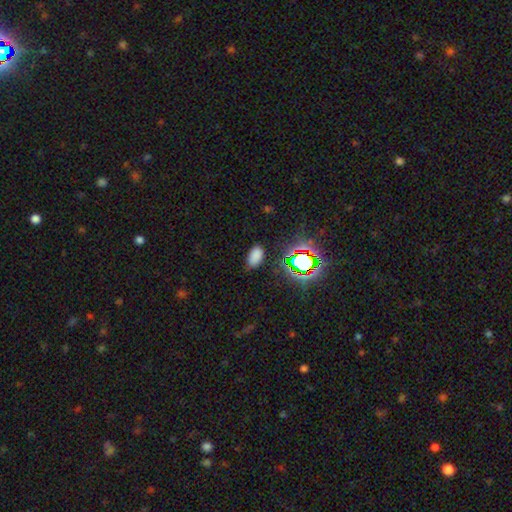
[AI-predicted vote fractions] smooth_or_featured: smooth (p=0.73) [alt: star or artifact p=0.22]
how_rounded: in between (p=0.93) [alt: round p=0.05]
merging: none (p=0.81) [alt: minor disturbance p=0.14]